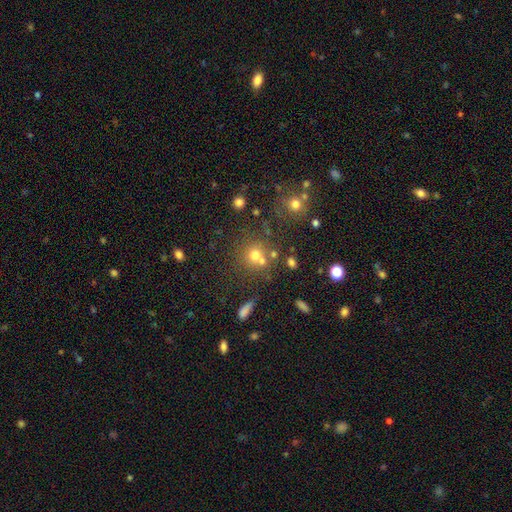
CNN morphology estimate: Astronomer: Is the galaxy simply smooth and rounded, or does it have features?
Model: smooth — 66%.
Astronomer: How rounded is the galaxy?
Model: round — 87%.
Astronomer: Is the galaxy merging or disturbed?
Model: none — 57%.